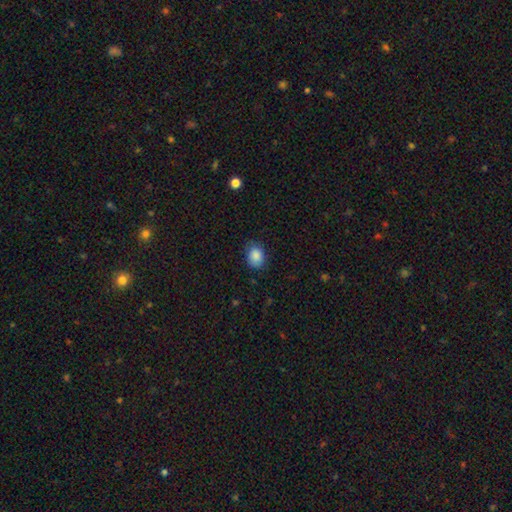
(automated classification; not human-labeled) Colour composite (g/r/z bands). It shows a smooth galaxy with no disk features (87%) that is in between round and cigar-shaped (58%). Merging: none (77%).